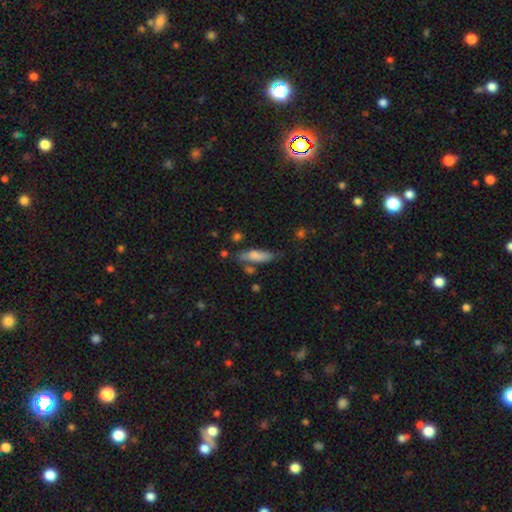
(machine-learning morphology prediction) Smooth or featured? smooth (78%)
How rounded? cigar-shaped (60%)
Merging? none (65%)